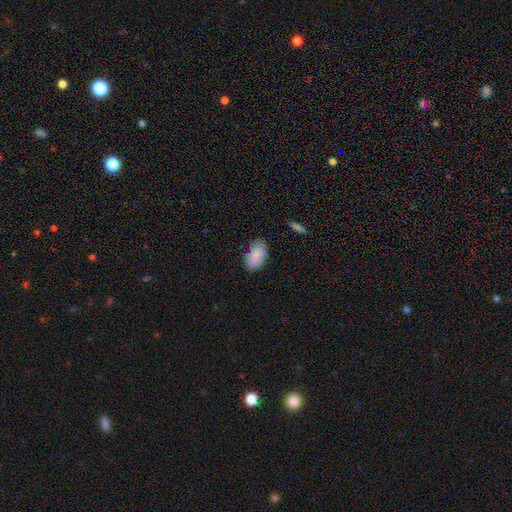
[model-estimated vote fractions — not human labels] Smooth or featured?
  - smooth: 87% *
  - featured or disk: 6%
  - star or artifact: 6%
How rounded?
  - in between: 94% *
  - round: 5%
  - cigar-shaped: 2%
Merging?
  - none: 79% *
  - minor disturbance: 16%
  - major disturbance: 3%
  - merger: 1%